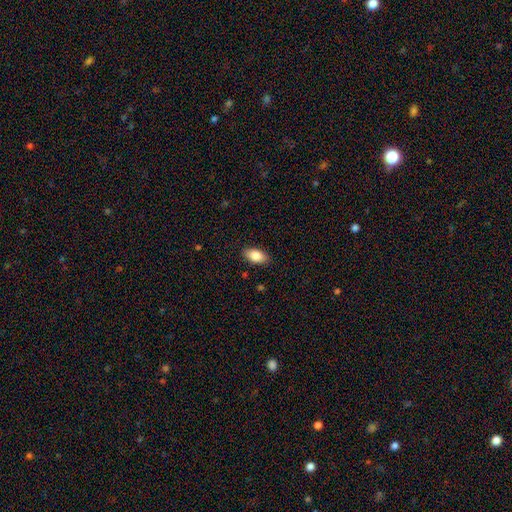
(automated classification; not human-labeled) Smooth or featured: smooth — 84% (featured or disk — 9%)
How rounded: in between — 92% (round — 4%)
Merging: none — 87% (minor disturbance — 9%)